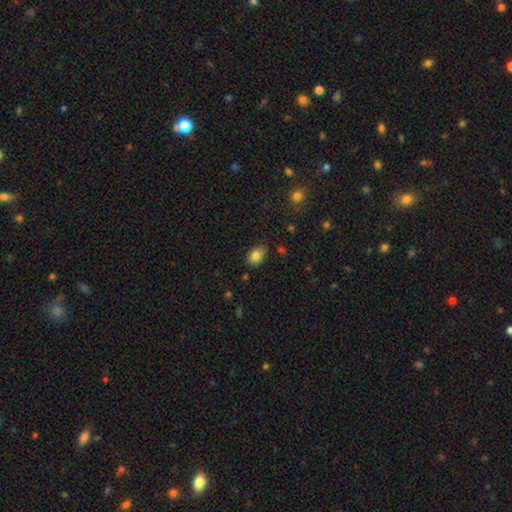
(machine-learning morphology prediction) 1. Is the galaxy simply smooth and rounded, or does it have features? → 83% smooth, 10% star or artifact, 7% featured or disk.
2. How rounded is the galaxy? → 68% in between, 31% round, 1% cigar-shaped.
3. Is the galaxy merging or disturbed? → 67% none, 26% minor disturbance, 4% major disturbance, 2% merger.